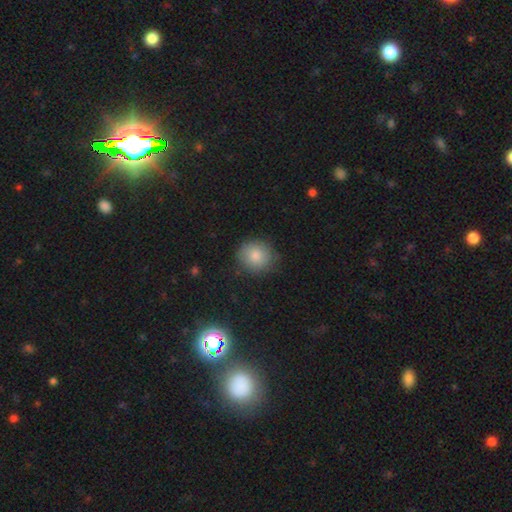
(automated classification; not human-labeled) A smooth galaxy with no disk features (81%) that is round (86%).

Vote fractions:
- Smooth or featured? smooth: 81% / star or artifact: 12% / featured or disk: 8%
- How rounded? round: 86% / in between: 13% / cigar-shaped: 1%
- Merging? none: 84% / minor disturbance: 12% / major disturbance: 3% / merger: 1%